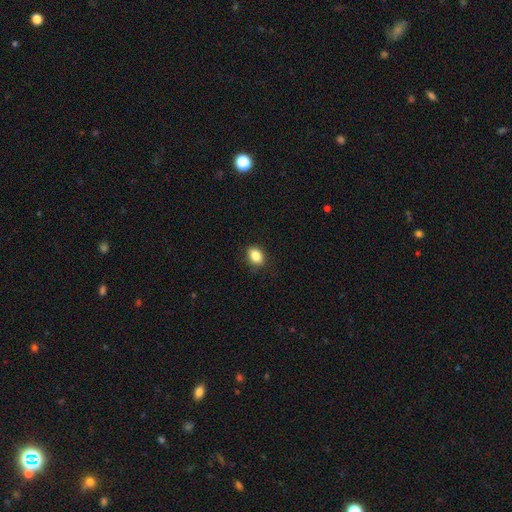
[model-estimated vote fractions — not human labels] A smooth galaxy with no disk features (86%) that is in between round and cigar-shaped (70%). Merging: none (85%).